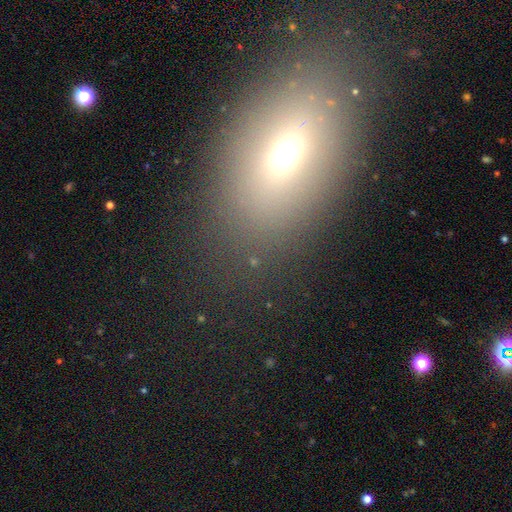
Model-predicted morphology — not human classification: type=smooth (62%); roundness=in between (76%); merging=none (81%).